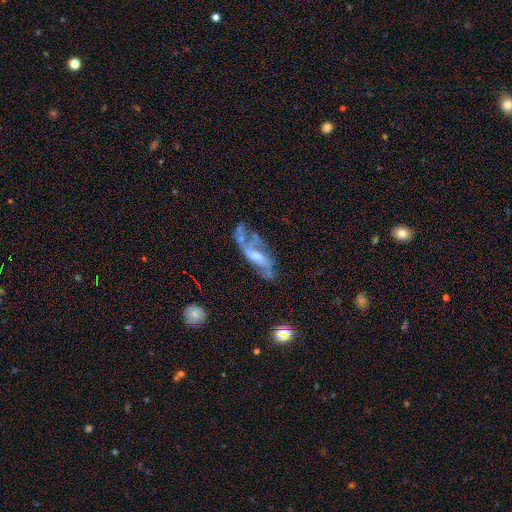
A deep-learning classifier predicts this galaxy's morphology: Q: Smooth or featured?
A: featured or disk (73%); runner-up: smooth (18%)
Q: Edge-on disk?
A: no (86%); runner-up: yes (14%)
Q: Bar?
A: weak (41%); runner-up: no (37%)
Q: Spiral arms?
A: yes (80%); runner-up: no (20%)
Q: Spiral winding?
A: loose (50%); runner-up: medium (35%)
Q: Spiral arm count?
A: 2 (63%); runner-up: can't tell (19%)
Q: Bulge size?
A: moderate (39%); runner-up: small (33%)
Q: Merging?
A: none (41%); runner-up: major disturbance (24%)